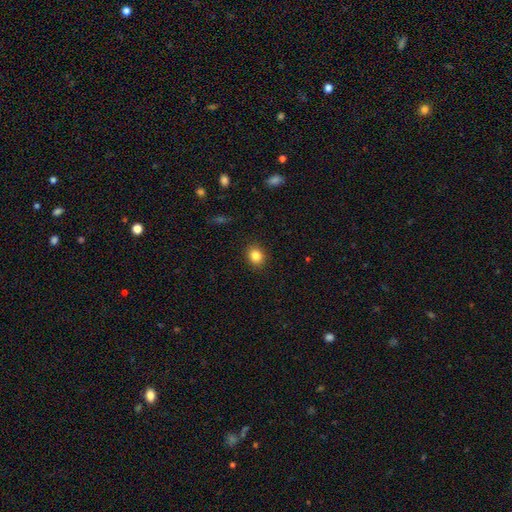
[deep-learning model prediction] This is clearly a smooth galaxy (84%). How rounded: likely round (64%). Merging: clearly none (90%).